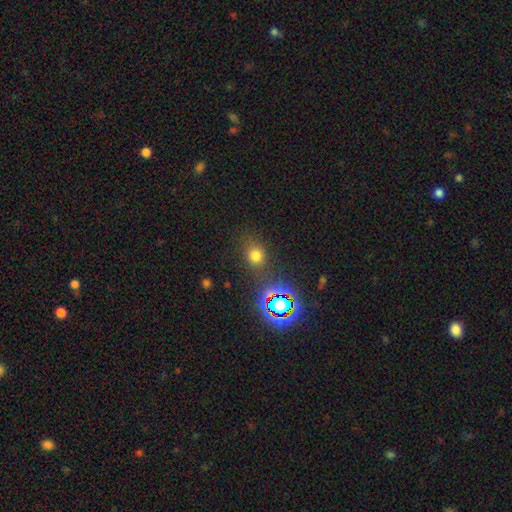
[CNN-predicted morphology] Smooth or featured? Predicted: smooth (p=0.69). How rounded? Predicted: round (p=0.67). Merging? Predicted: none (p=0.79).